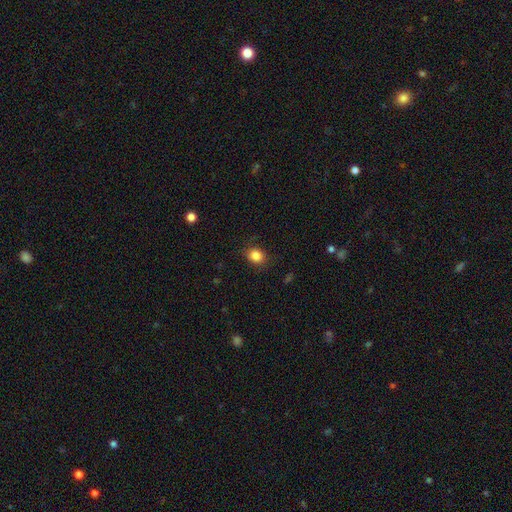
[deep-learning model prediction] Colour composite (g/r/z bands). It shows a smooth galaxy with no disk features (85%) that is round (64%). Merging: none (84%).